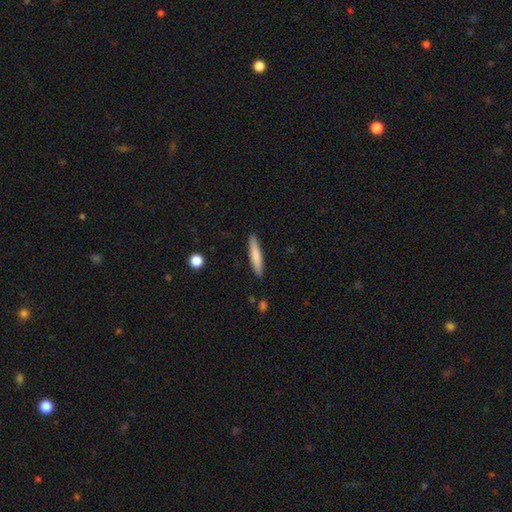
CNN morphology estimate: type=smooth (73%); roundness=cigar-shaped (91%); merging=none (90%).